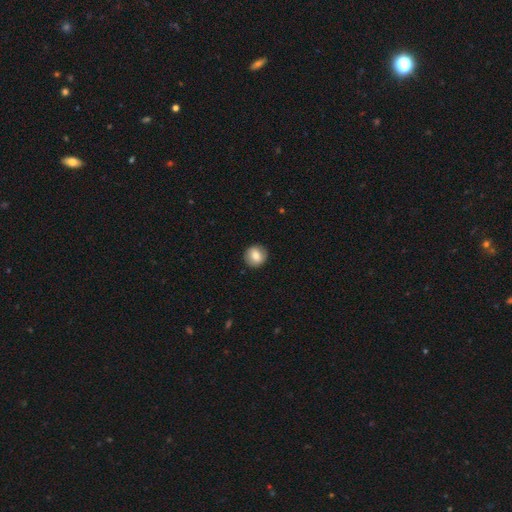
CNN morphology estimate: Smooth or featured? smooth (78%)
How rounded? round (90%)
Merging? none (89%)